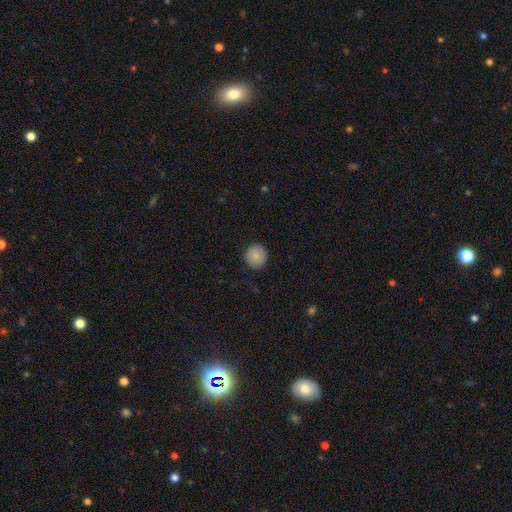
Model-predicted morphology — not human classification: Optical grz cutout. It shows a smooth galaxy with no disk features (87%) that is round (94%). Merging: none (88%).